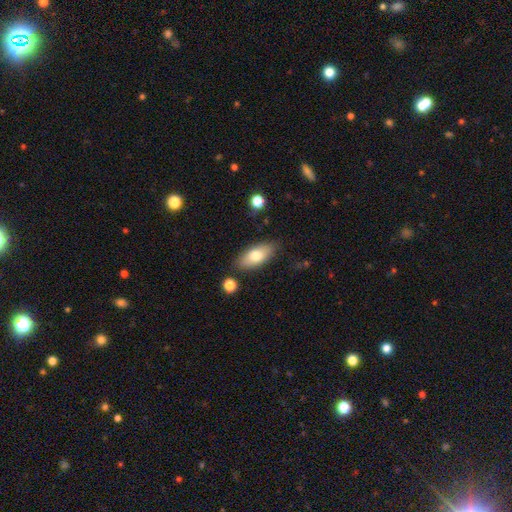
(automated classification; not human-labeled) smooth-or-featured: smooth: 74% | featured or disk: 19% | star or artifact: 7%
  how-rounded: in between: 86% | cigar-shaped: 11% | round: 3%
  merging: none: 82% | minor disturbance: 12% | merger: 3% | major disturbance: 3%